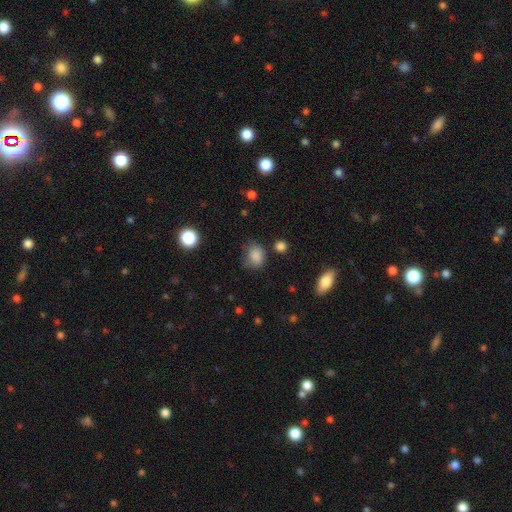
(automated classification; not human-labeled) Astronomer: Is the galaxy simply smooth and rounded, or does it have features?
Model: smooth — 84%.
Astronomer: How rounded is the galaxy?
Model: round — 50% (runner-up: in between, 49%).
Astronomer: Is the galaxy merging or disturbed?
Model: none — 62%.